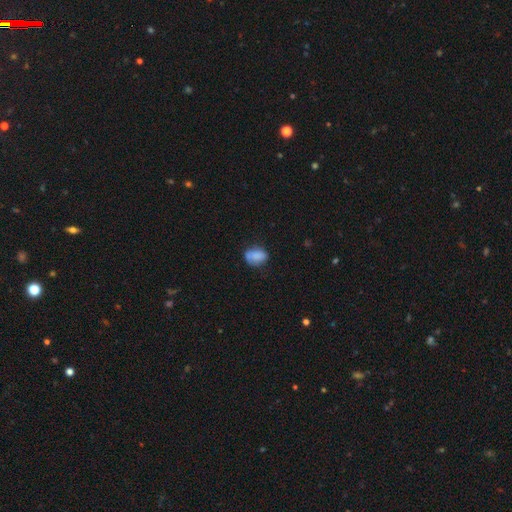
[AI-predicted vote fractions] smooth-or-featured: smooth: 77% | featured or disk: 14% | star or artifact: 9%
  how-rounded: in between: 75% | round: 23% | cigar-shaped: 2%
  merging: none: 56% | minor disturbance: 30% | major disturbance: 9% | merger: 5%